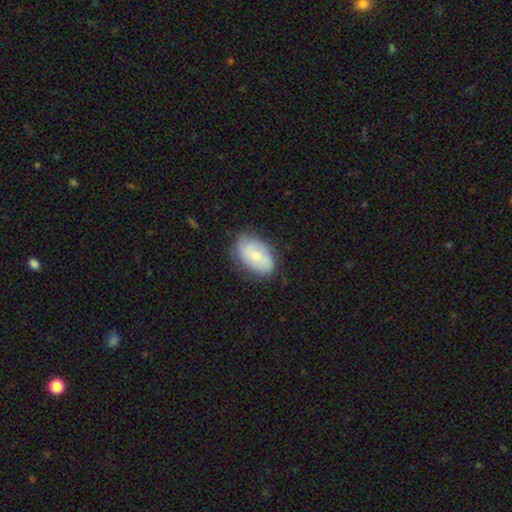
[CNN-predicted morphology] Overall: smooth (59%; featured or disk 34%). How rounded: in between (91%). Merging: none (72%).